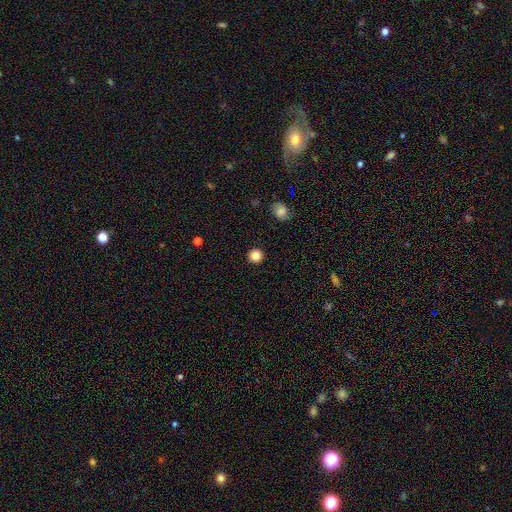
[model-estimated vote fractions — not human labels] Smooth or featured? Predicted: smooth (p=0.84). How rounded? Predicted: round (p=0.95). Merging? Predicted: none (p=0.93).